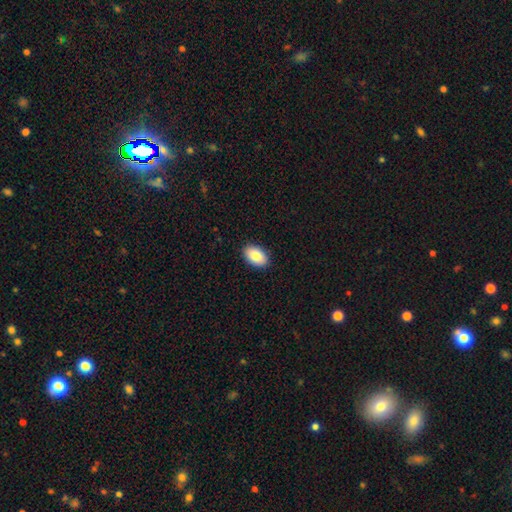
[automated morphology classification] smooth 86%, featured or disk 7%, star or artifact 7%. Down the decision tree: how rounded — in between (92%); merging — none (90%).